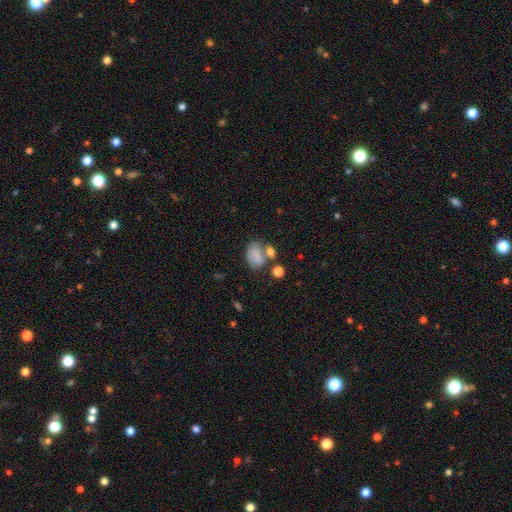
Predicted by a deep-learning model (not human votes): Smooth or featured? smooth (76%)
How rounded? in between (77%)
Merging? none (40%)